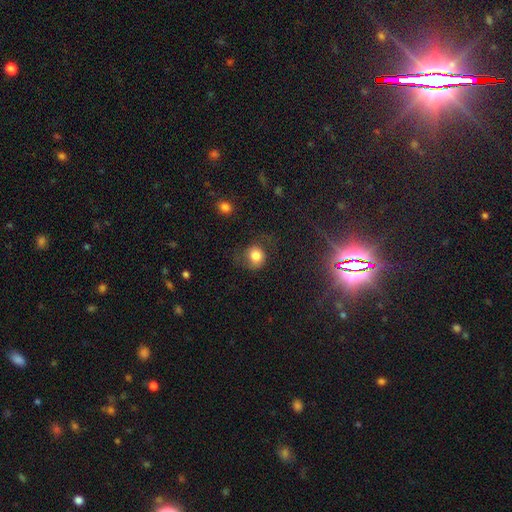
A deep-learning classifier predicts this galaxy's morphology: This appears to be a smooth galaxy with no disk features (79%) that is round (75%). Merging: none (57%).